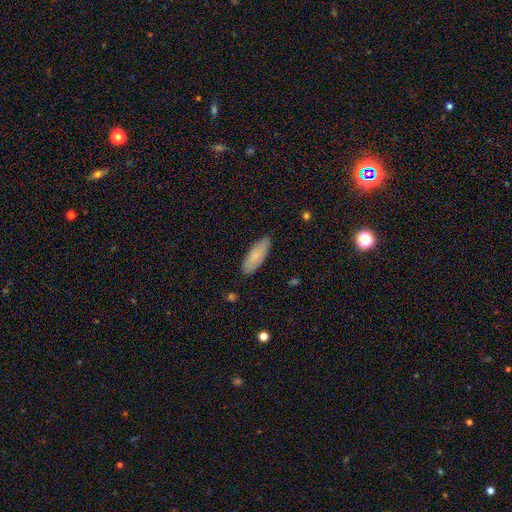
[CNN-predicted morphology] A smooth galaxy with no disk features (79%) that is in between round and cigar-shaped (66%). Merging: none (85%).